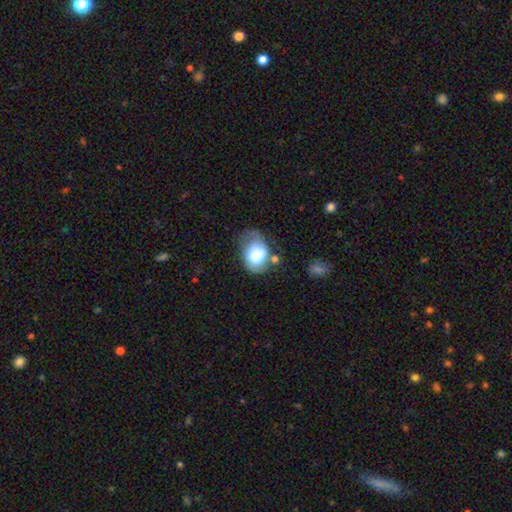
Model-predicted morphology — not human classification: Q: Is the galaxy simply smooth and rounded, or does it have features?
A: smooth — 69%.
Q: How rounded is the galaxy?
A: in between — 64%.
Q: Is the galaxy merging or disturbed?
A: none — 39%.